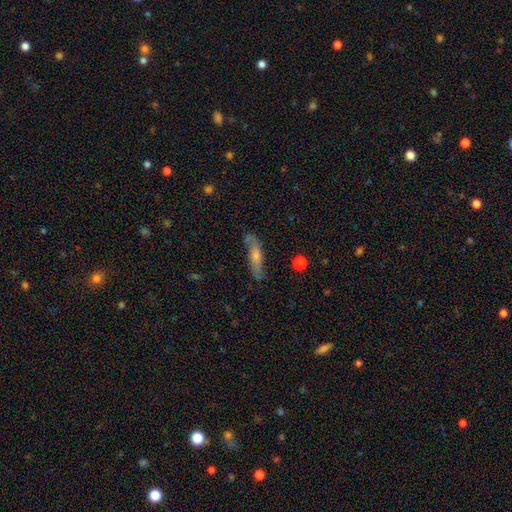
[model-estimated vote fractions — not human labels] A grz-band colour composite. It shows a featured or disk galaxy (50%). Merging: none (69%).